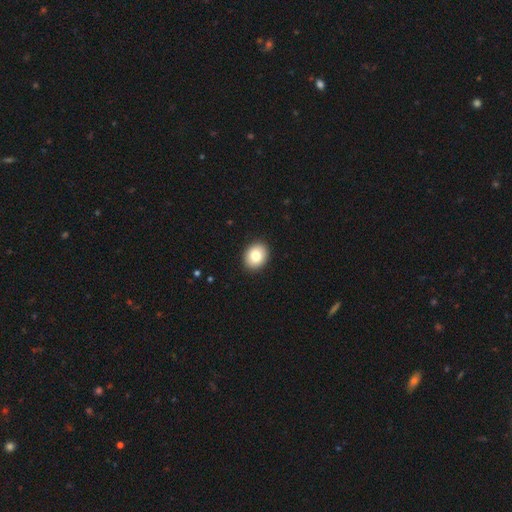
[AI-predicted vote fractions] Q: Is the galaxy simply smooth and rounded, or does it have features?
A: smooth — 82%.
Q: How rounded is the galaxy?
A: round — 50%, tied with in between.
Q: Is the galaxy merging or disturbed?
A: none — 92%.